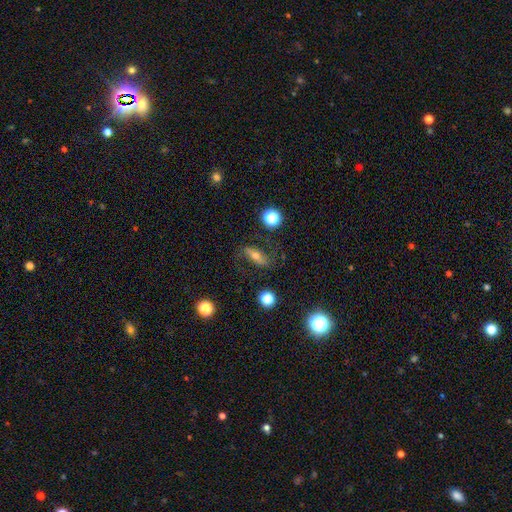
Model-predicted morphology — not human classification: A featured or disk galaxy (44%, tied with smooth). Merging: none (72%).